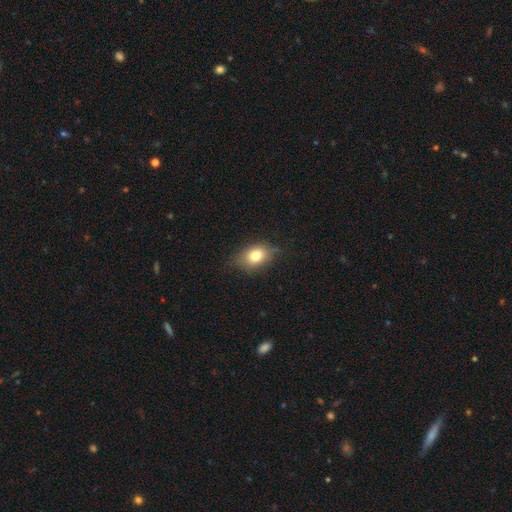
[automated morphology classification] Q: Smooth or featured?
A: smooth (77%); runner-up: featured or disk (13%)
Q: How rounded?
A: in between (66%); runner-up: round (33%)
Q: Merging?
A: none (74%); runner-up: minor disturbance (20%)